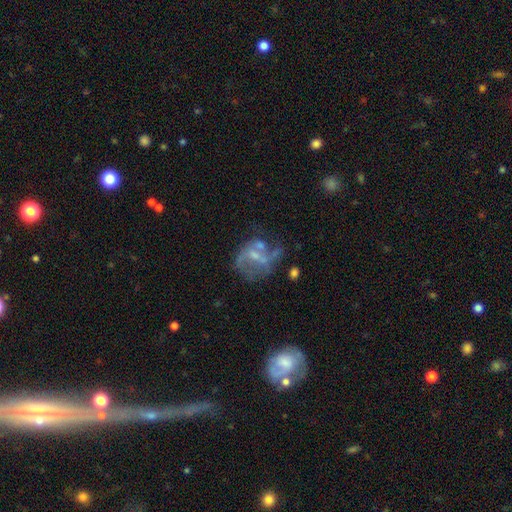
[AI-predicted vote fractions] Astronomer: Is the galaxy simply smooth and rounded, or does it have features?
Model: featured or disk — 68%.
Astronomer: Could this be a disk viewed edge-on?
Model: no — 97%.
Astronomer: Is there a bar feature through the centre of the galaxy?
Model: weak — 43% (runner-up: no, 41%).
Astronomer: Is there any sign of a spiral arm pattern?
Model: yes — 65%.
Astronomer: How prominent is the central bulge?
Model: small — 52%.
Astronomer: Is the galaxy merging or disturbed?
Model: none — 43% (runner-up: major disturbance, 25%).